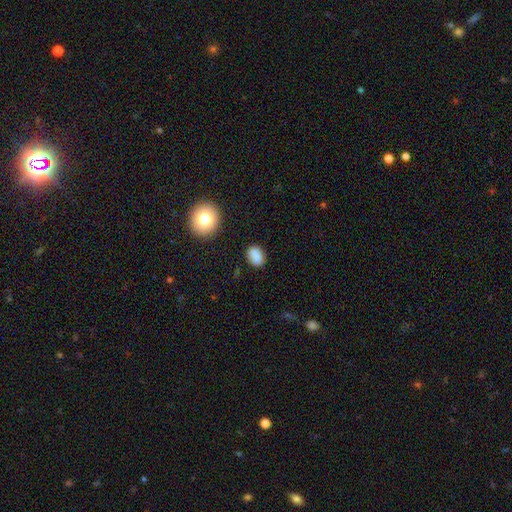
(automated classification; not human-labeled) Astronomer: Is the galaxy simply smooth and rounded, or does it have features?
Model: smooth — 82%.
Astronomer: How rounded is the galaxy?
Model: in between — 69%.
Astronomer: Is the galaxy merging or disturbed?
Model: none — 82%.